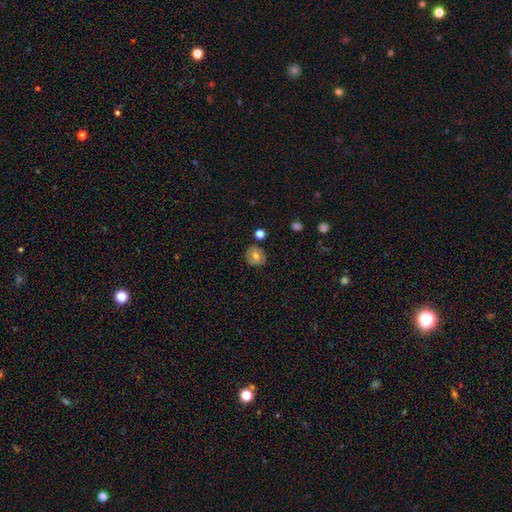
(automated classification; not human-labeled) smooth_or_featured: smooth (p=0.70) [alt: featured or disk p=0.20]
how_rounded: round (p=0.82) [alt: in between p=0.17]
merging: none (p=0.79) [alt: minor disturbance p=0.14]